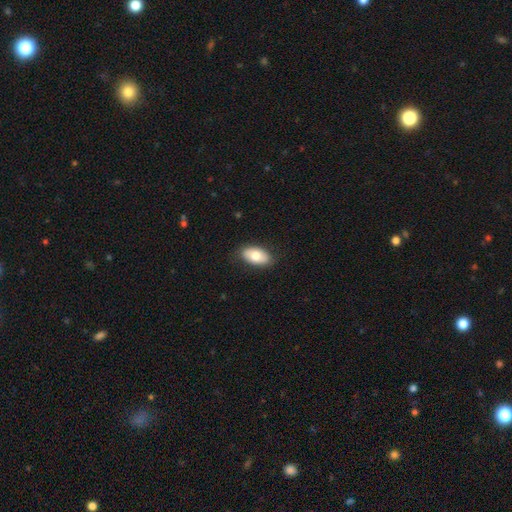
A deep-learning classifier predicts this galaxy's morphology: Smooth or featured: smooth — 75% (featured or disk — 18%)
How rounded: in between — 93% (round — 4%)
Merging: none — 85% (minor disturbance — 11%)